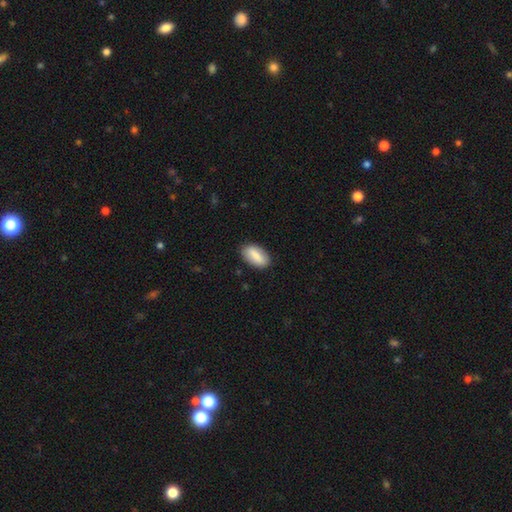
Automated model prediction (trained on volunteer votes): Smooth or featured? smooth (80%)
How rounded? in between (92%)
Merging? none (85%)